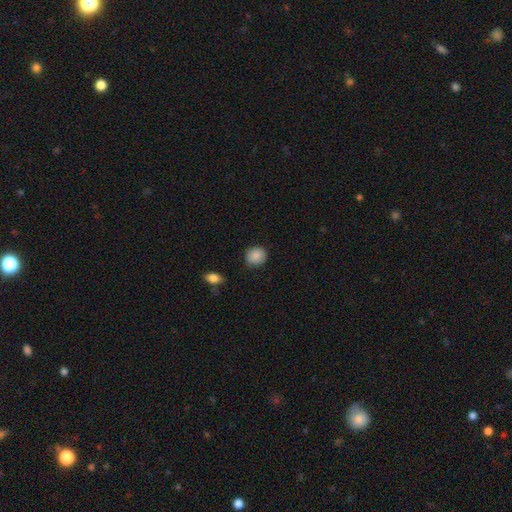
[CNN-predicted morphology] smooth_or_featured: smooth (p=0.88) [alt: star or artifact p=0.07]
how_rounded: round (p=0.83) [alt: in between p=0.16]
merging: none (p=0.87) [alt: minor disturbance p=0.10]